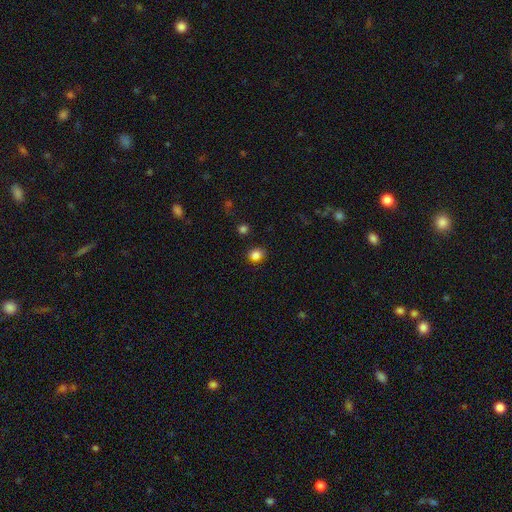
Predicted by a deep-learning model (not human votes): Morphology: type=smooth (83%); roundness=round (69%); merging=none (86%).